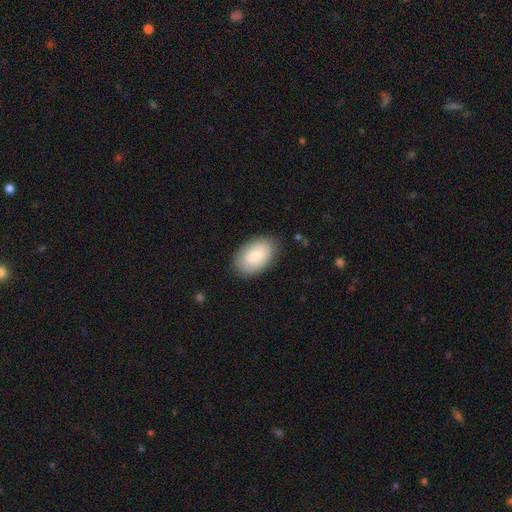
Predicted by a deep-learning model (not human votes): This appears to be a smooth galaxy with no disk features (80%) that is in between round and cigar-shaped (92%). Merging: none (86%).